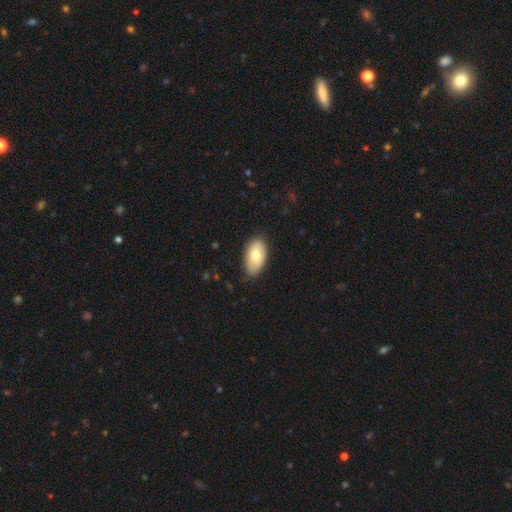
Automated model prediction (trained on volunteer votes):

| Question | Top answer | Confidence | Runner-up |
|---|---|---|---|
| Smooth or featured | smooth | 73% | featured or disk (21%) |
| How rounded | in between | 94% | round (4%) |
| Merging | none | 82% | minor disturbance (15%) |